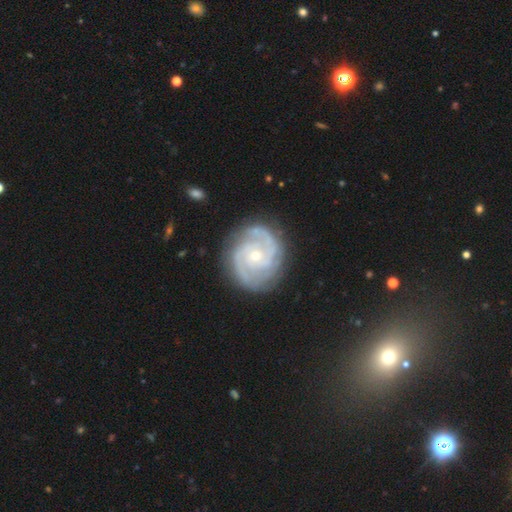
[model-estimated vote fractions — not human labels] Q: Smooth or featured?
A: featured or disk (91%); runner-up: smooth (5%)
Q: Edge-on disk?
A: no (98%); runner-up: yes (2%)
Q: Bar?
A: no (72%); runner-up: weak (23%)
Q: Spiral arms?
A: yes (98%); runner-up: no (2%)
Q: Spiral winding?
A: tight (64%); runner-up: medium (31%)
Q: Spiral arm count?
A: 2 (50%); runner-up: 3 (25%)
Q: Bulge size?
A: small (67%); runner-up: moderate (30%)
Q: Merging?
A: none (82%); runner-up: minor disturbance (13%)